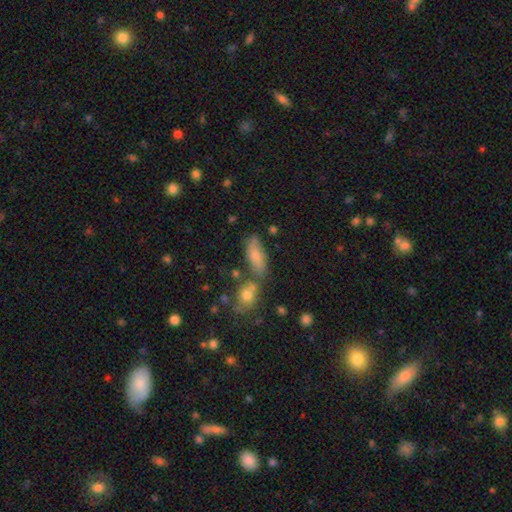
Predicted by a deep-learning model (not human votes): The model was most divided on "merging": none: 57%, minor disturbance: 20%, merger: 17%, major disturbance: 7%. More confident: smooth or featured — smooth (74%); how rounded — in between (73%).